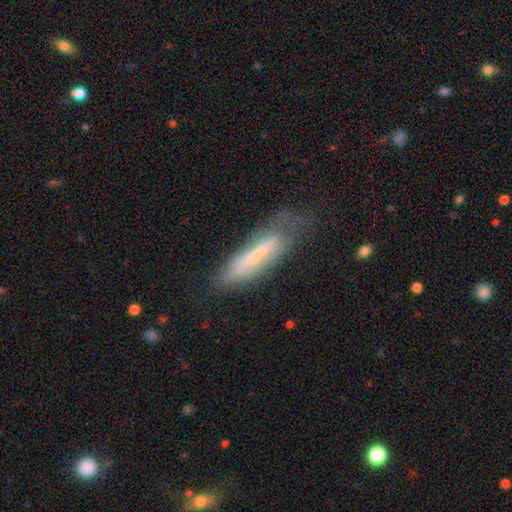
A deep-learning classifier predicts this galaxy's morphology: A smooth galaxy with no disk features (59%) that is cigar-shaped (76%). Merging: none (52%).